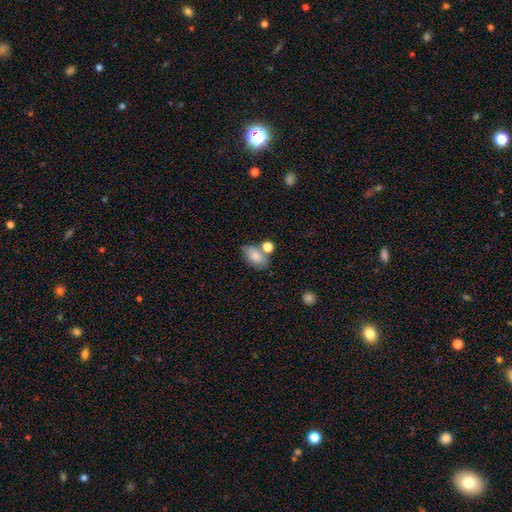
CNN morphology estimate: This is clearly a smooth galaxy (80%). How rounded: clearly in between (87%). Merging: possibly none (50%).